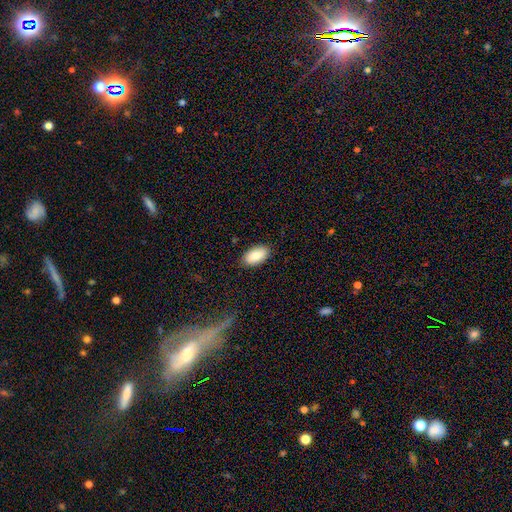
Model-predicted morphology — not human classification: Overall: smooth (85%). How rounded: in between (95%). Merging: none (87%).